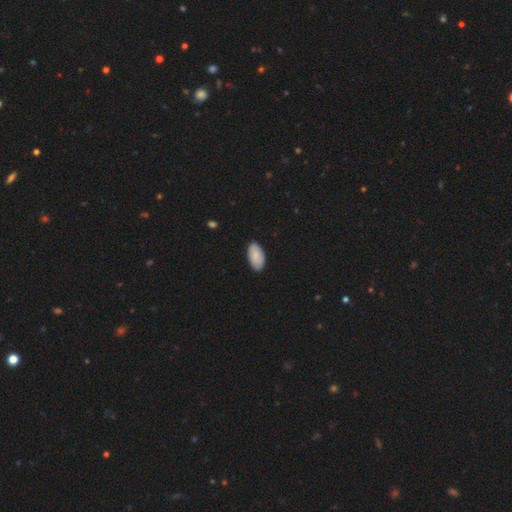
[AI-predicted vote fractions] A smooth galaxy with no disk features (82%) that is in between round and cigar-shaped (95%).

Vote fractions:
- Smooth or featured? smooth: 82% / featured or disk: 13% / star or artifact: 6%
- How rounded? in between: 95% / round: 2% / cigar-shaped: 2%
- Merging? none: 86% / minor disturbance: 11% / major disturbance: 2% / merger: 1%